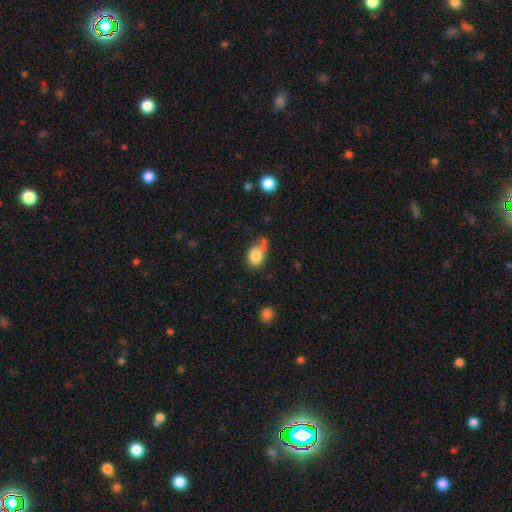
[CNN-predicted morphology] Smooth or featured? Predicted: smooth (p=0.81). How rounded? Predicted: round (p=0.53). Merging? Predicted: none (p=0.49).